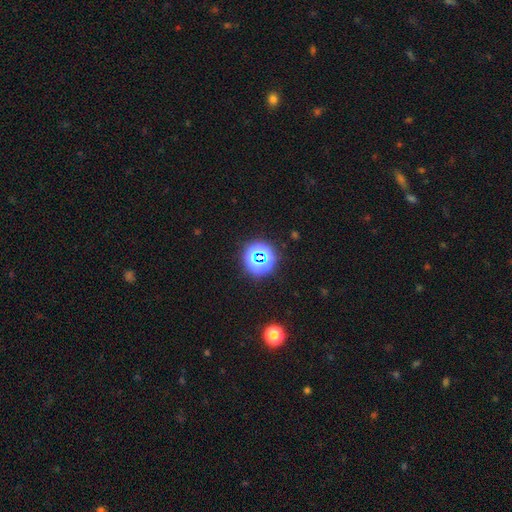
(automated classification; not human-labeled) Smooth or featured?
  - star or artifact: 68% *
  - smooth: 22%
  - featured or disk: 10%